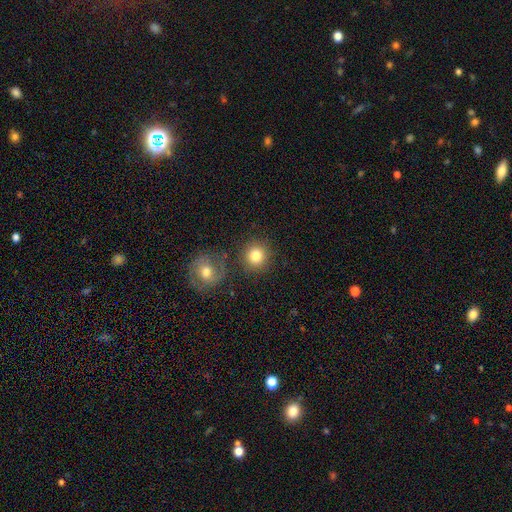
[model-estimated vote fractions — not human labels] Smooth or featured?
  - smooth: 82% *
  - star or artifact: 10%
  - featured or disk: 8%
How rounded?
  - round: 92% *
  - in between: 7%
  - cigar-shaped: 1%
Merging?
  - none: 81% *
  - minor disturbance: 8%
  - merger: 8%
  - major disturbance: 3%